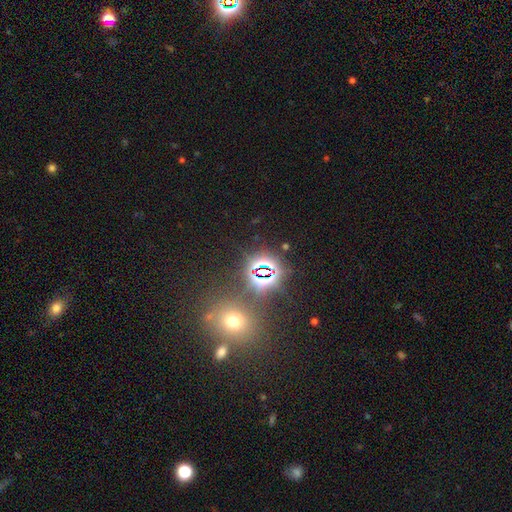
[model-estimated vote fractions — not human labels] A star or artifact, not a galaxy (56%).

Vote fractions:
- Smooth or featured? star or artifact: 56% / smooth: 34% / featured or disk: 10%